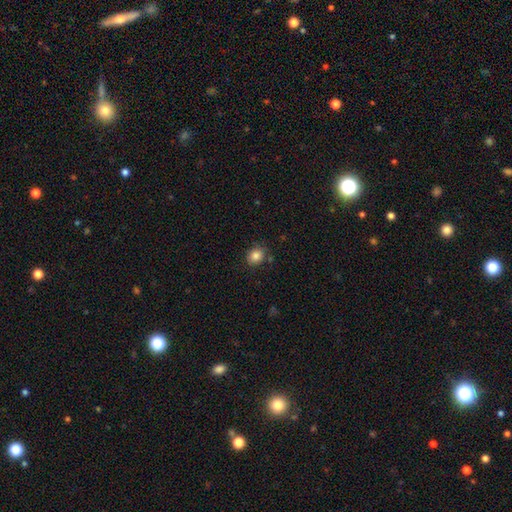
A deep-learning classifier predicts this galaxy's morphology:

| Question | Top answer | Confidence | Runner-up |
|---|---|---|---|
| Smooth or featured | smooth | 85% | star or artifact (10%) |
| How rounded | round | 63% | in between (36%) |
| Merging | none | 81% | minor disturbance (13%) |